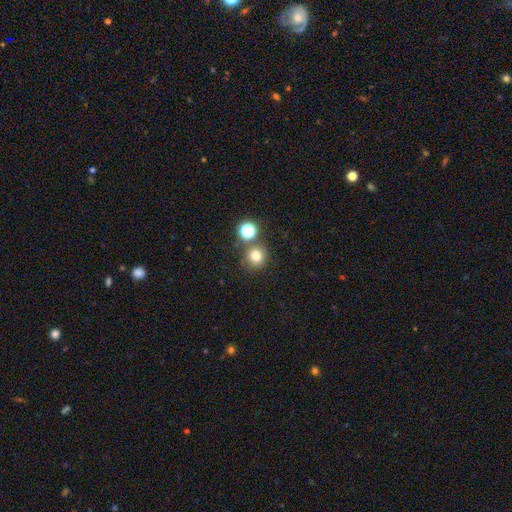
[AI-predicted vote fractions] Morphology: type=smooth (76%); roundness=round (88%); merging=none (71%).